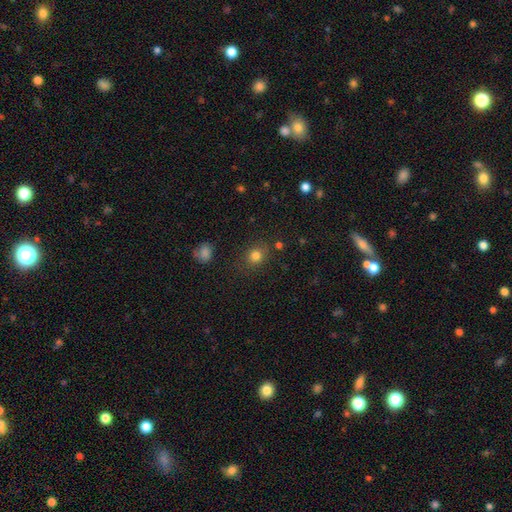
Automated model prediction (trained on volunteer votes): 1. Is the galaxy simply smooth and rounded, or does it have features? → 80% smooth, 14% star or artifact, 6% featured or disk.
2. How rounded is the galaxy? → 68% round, 31% in between, 1% cigar-shaped.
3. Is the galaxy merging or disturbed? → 81% none, 12% minor disturbance, 4% major disturbance, 3% merger.